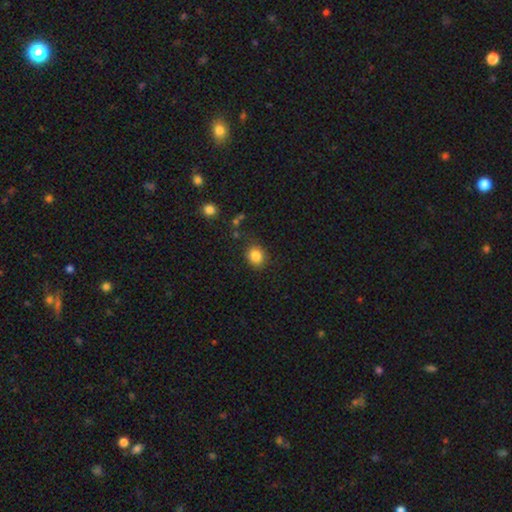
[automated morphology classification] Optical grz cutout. It shows a smooth galaxy with no disk features (85%) that is round (66%). Merging: none (80%).